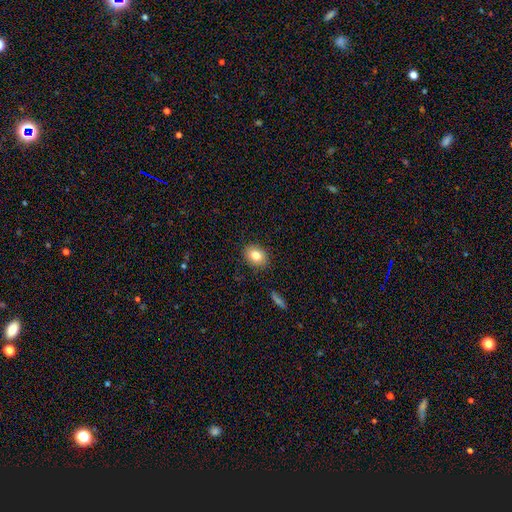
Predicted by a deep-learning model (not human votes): smooth-or-featured: smooth: 81% | featured or disk: 10% | star or artifact: 9%
  how-rounded: in between: 58% | round: 41% | cigar-shaped: 1%
  merging: none: 88% | minor disturbance: 8% | major disturbance: 2% | merger: 1%